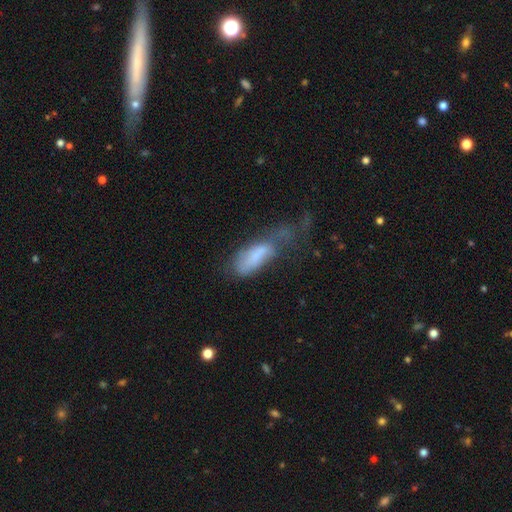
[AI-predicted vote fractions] Smooth or featured: smooth — 65% (featured or disk — 25%)
How rounded: in between — 70% (cigar-shaped — 28%)
Merging: major disturbance — 48% (minor disturbance — 23%)